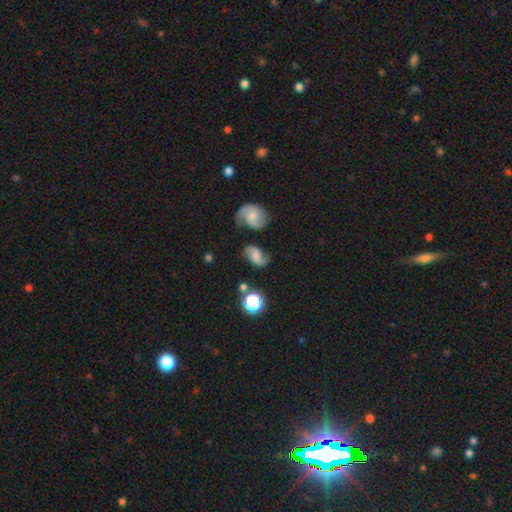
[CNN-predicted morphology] Q: Smooth or featured?
A: featured or disk (53%); runner-up: smooth (34%)
Q: Edge-on disk?
A: no (96%); runner-up: yes (4%)
Q: Bar?
A: no (49%); runner-up: weak (41%)
Q: Spiral arms?
A: yes (92%); runner-up: no (8%)
Q: Bulge size?
A: small (33%); runner-up: moderate (28%)
Q: Merging?
A: none (58%); runner-up: minor disturbance (23%)